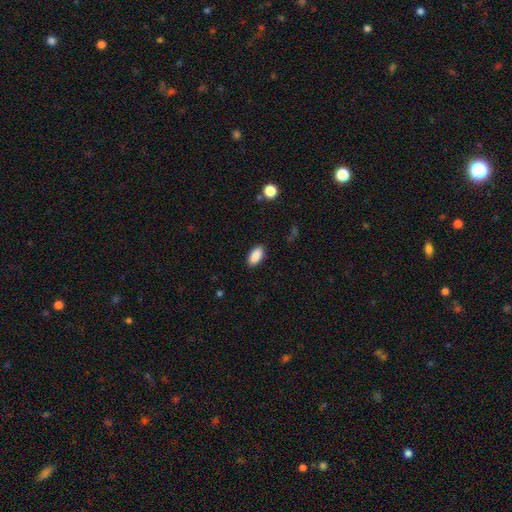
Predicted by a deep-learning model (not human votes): Q: Smooth or featured?
A: smooth (89%); runner-up: star or artifact (7%)
Q: How rounded?
A: in between (92%); runner-up: cigar-shaped (5%)
Q: Merging?
A: none (89%); runner-up: minor disturbance (8%)